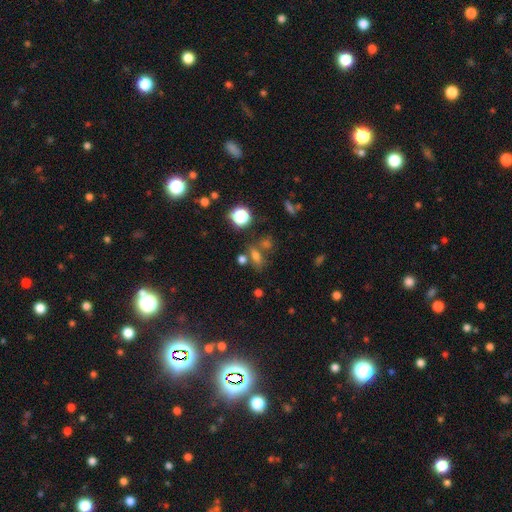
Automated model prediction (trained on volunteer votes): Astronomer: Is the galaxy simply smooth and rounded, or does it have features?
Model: smooth — 62%.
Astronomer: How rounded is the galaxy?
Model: in between — 57%.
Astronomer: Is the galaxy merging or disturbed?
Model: none — 60%.